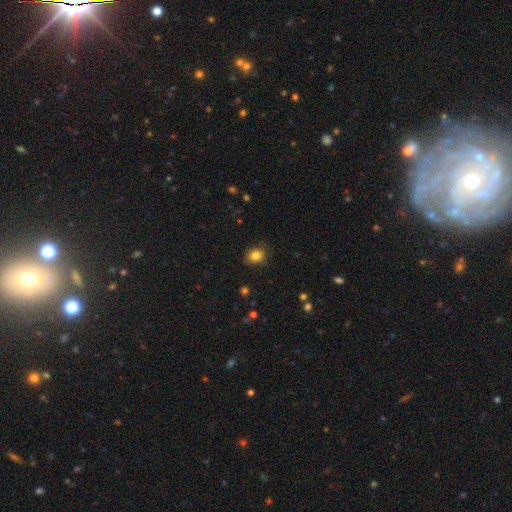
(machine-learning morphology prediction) The model was most divided on "how rounded": round: 60%, in between: 40%, cigar-shaped: 1%. More confident: smooth or featured — smooth (82%); merging — none (82%).